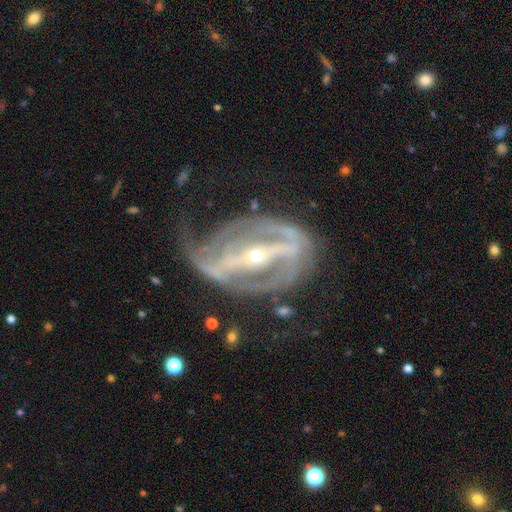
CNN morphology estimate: Overall: featured or disk (90%). Edge-on disk: no (94%). Bar: strong (80%). Spiral arms: yes (89%). Spiral arm count: 2 (63%). Spiral winding: medium (41%; tight 37%). Bulge size: small (72%). Merging: none (42%; major disturbance 32%).